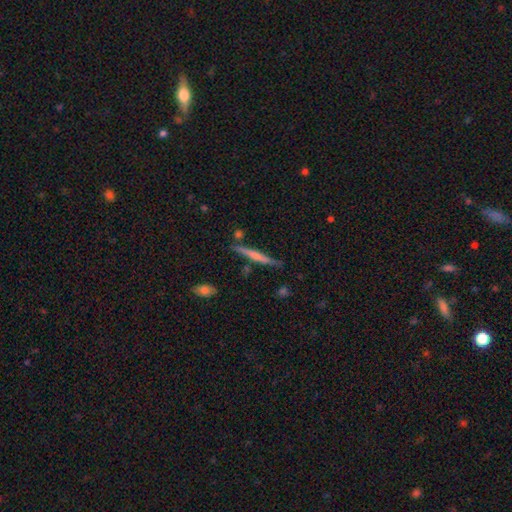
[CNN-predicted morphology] This is possibly a featured or disk galaxy (49%). Merging: likely none (80%).